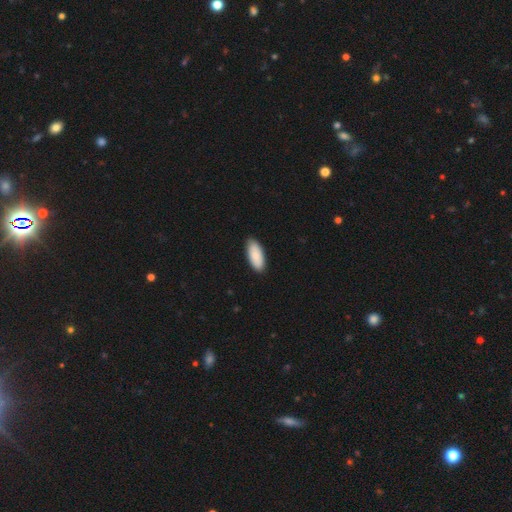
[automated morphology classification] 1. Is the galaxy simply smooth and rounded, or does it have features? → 87% smooth, 8% featured or disk, 5% star or artifact.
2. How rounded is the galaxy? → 87% in between, 11% cigar-shaped, 2% round.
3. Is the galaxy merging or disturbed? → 87% none, 10% minor disturbance, 2% major disturbance, 1% merger.